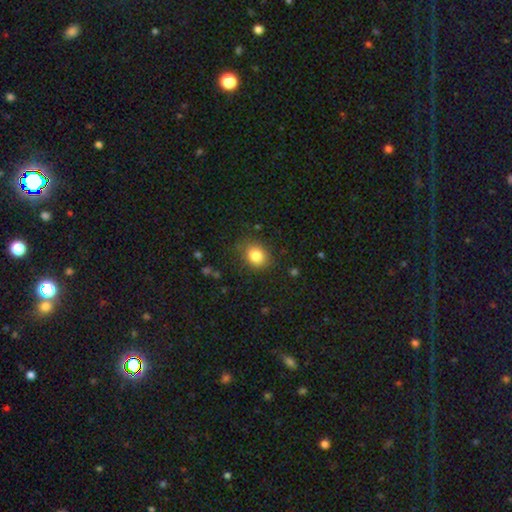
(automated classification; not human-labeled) Morphology: type=smooth (84%); roundness=round (56%); merging=none (81%).